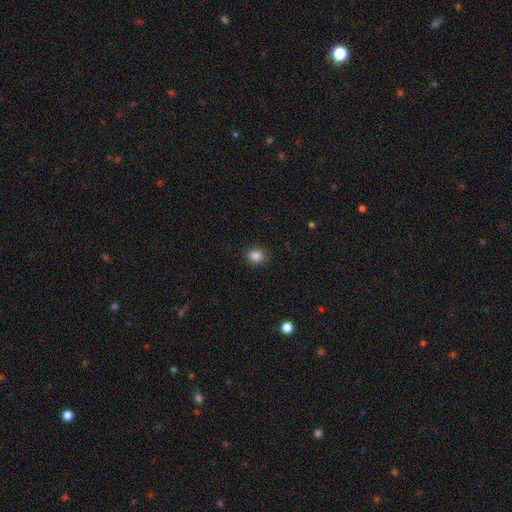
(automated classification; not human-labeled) Overall: smooth (86%). How rounded: round (68%; in between 31%). Merging: none (88%).